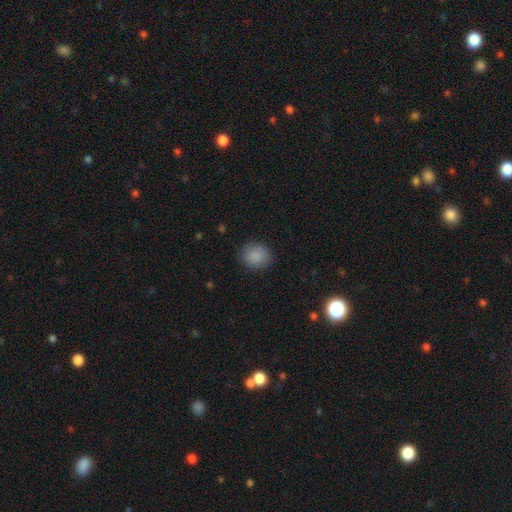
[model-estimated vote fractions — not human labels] This is clearly a smooth galaxy (88%). How rounded: clearly round (81%). Merging: clearly none (86%).